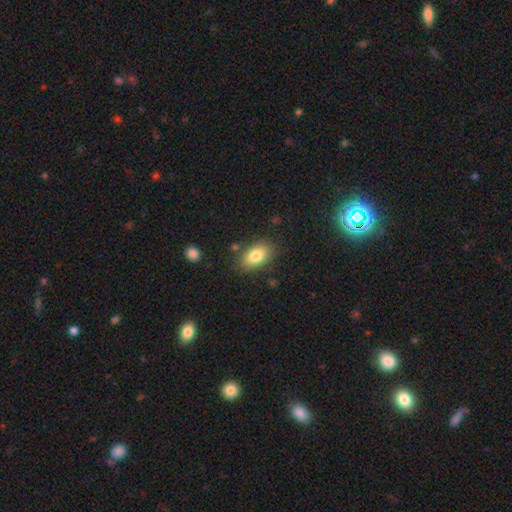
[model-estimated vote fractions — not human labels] Morphology: type=smooth (81%); roundness=in between (90%); merging=none (82%).